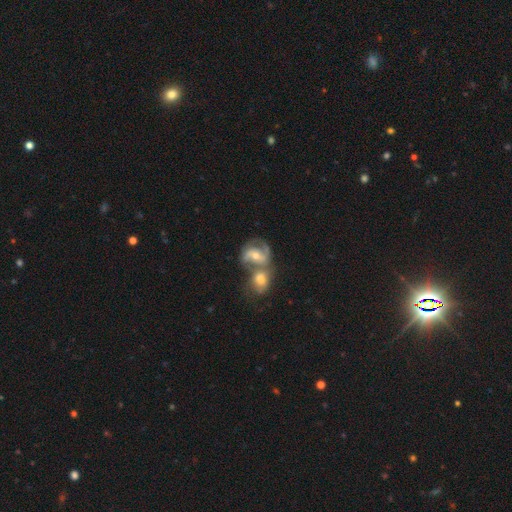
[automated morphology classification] Smooth or featured? featured or disk (71%)
Edge-on disk? no (96%)
Bar? weak (45%)
Spiral arms? yes (88%)
Spiral winding? medium (44%)
Spiral arm count? 2 (67%)
Bulge size? moderate (59%)
Merging? merger (61%)